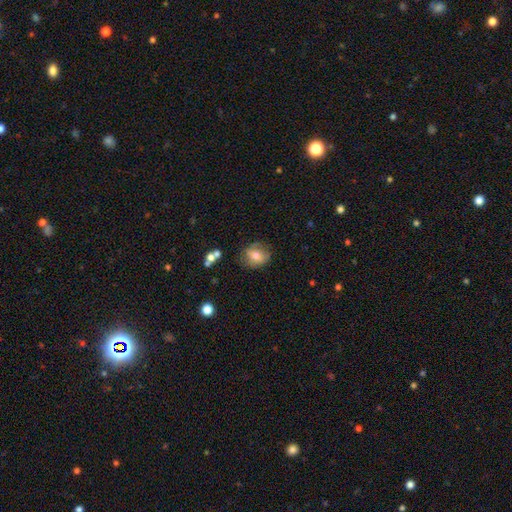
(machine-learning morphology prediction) Overall: smooth (67%). How rounded: round (66%; in between 33%). Merging: none (69%).